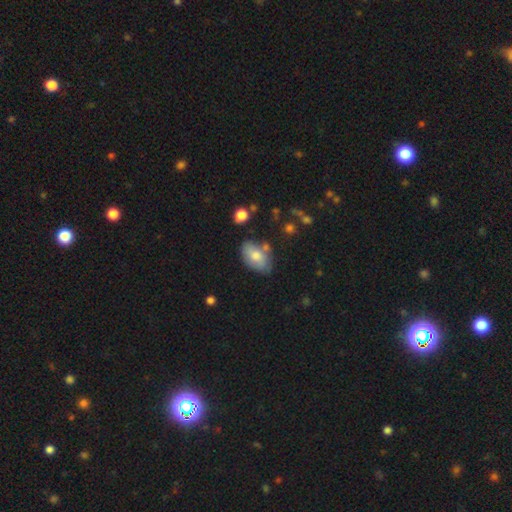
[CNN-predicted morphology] smooth 74%, featured or disk 19%, star or artifact 7%. Down the decision tree: how rounded — in between (91%); merging — none (63%).